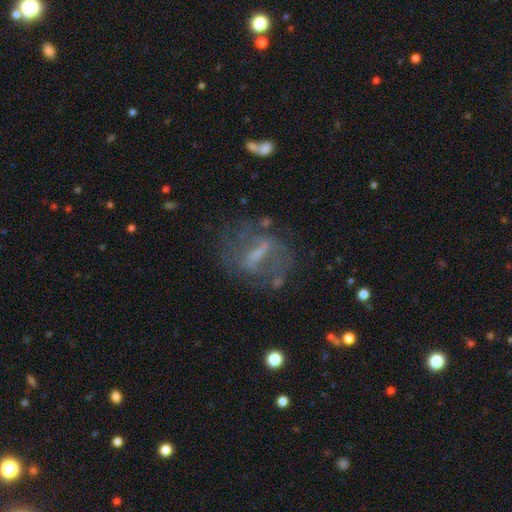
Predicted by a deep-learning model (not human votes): smooth-or-featured: featured or disk: 64% | smooth: 23% | star or artifact: 13%
  disk-edge-on: no: 88% | yes: 12%
    bar: strong: 49% | weak: 36% | no: 15%
    has-spiral-arms: yes: 52% | no: 48%
    bulge-size: none: 40% | small: 29% | moderate: 24% | large: 5% | dominant: 1%
  merging: none: 59% | major disturbance: 20% | minor disturbance: 18% | merger: 4%